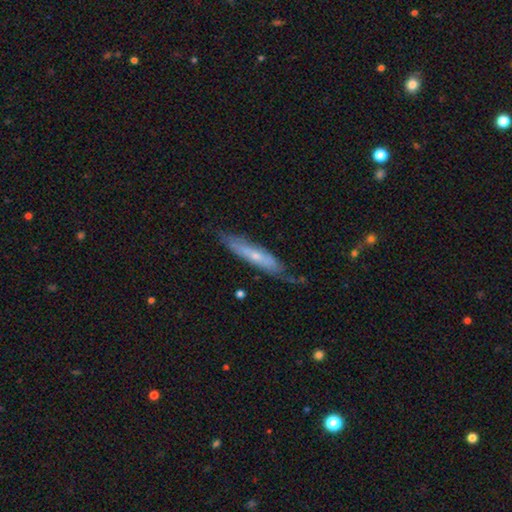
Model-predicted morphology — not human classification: smooth-or-featured: featured or disk: 55% | smooth: 39% | star or artifact: 6%
  disk-edge-on: yes: 66% | no: 34%
  merging: none: 67% | minor disturbance: 24% | major disturbance: 6% | merger: 2%